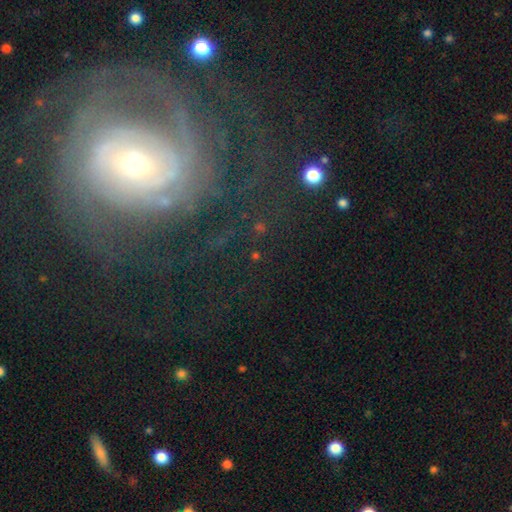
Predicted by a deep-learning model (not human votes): smooth_or_featured: star or artifact (p=0.46) [alt: featured or disk p=0.28]